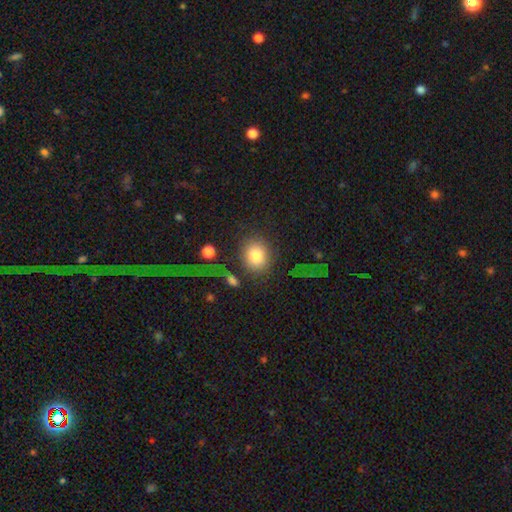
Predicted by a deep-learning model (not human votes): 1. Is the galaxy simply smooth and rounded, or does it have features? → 81% smooth, 10% featured or disk, 9% star or artifact.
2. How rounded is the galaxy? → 74% round, 25% in between, 1% cigar-shaped.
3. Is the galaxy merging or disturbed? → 70% none, 12% minor disturbance, 11% major disturbance, 7% merger.